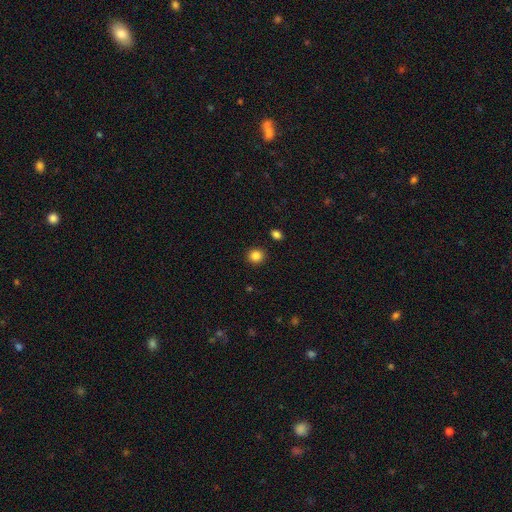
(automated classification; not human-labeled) A smooth galaxy with no disk features (86%) that is round (90%). Merging: none (92%).